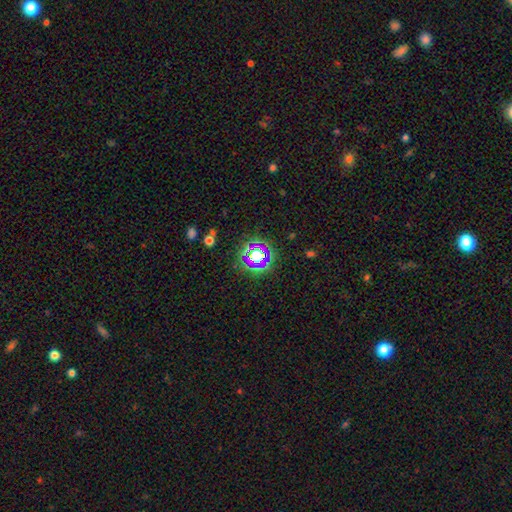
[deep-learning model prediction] Q: Smooth or featured?
A: star or artifact (57%); runner-up: smooth (30%)